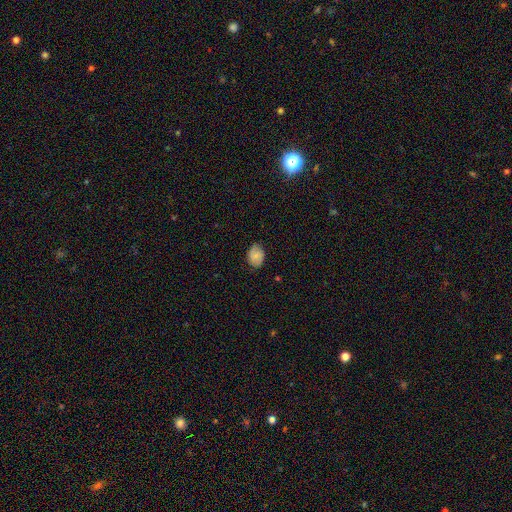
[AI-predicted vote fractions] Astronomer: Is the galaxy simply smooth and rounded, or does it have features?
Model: smooth — 71%.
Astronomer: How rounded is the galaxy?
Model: in between — 73%.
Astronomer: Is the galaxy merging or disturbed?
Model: none — 74%.